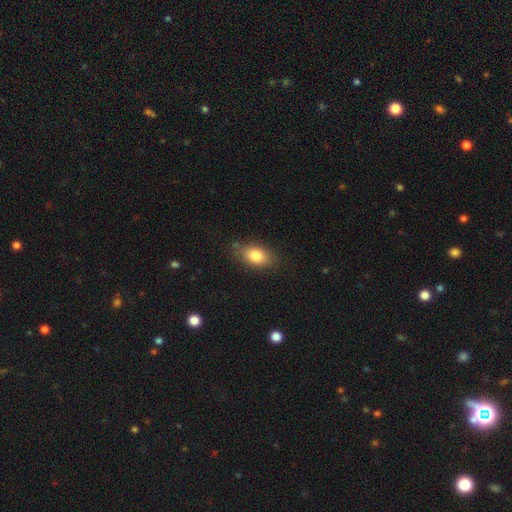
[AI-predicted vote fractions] Smooth or featured? smooth (83%)
How rounded? in between (86%)
Merging? none (77%)